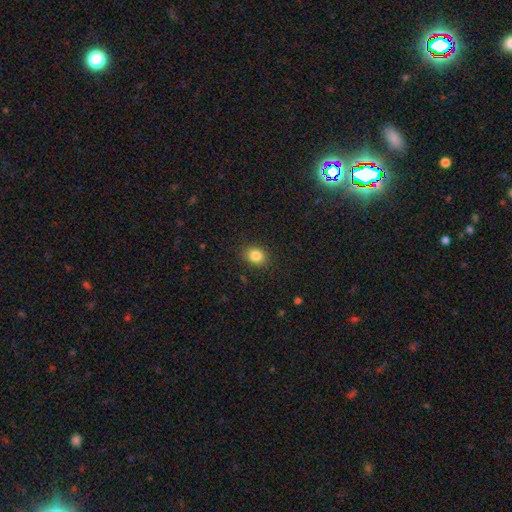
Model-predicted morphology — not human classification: A smooth galaxy with no disk features (85%) that is in between round and cigar-shaped (53%). Merging: none (87%).